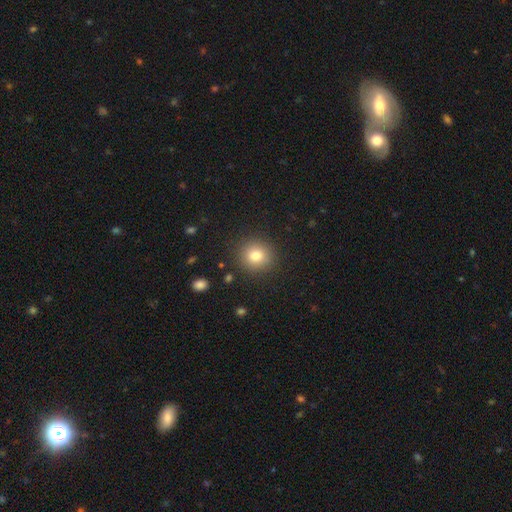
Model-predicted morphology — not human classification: smooth-or-featured: smooth: 80% | star or artifact: 12% | featured or disk: 8%
  how-rounded: round: 89% | in between: 10% | cigar-shaped: 1%
  merging: none: 90% | minor disturbance: 6% | major disturbance: 3% | merger: 1%